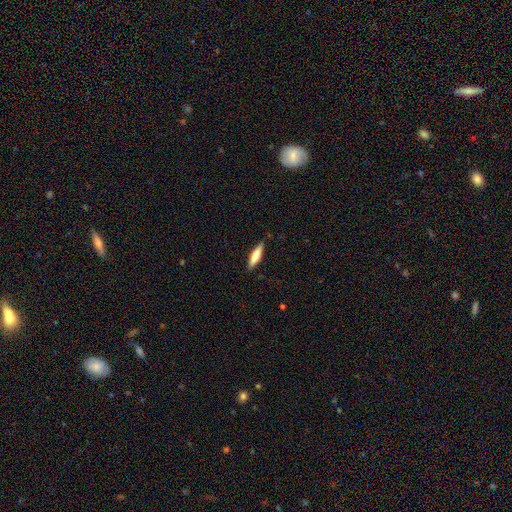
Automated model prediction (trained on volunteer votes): This is likely a smooth galaxy (61%). How rounded: likely cigar-shaped (76%). Merging: clearly none (87%).